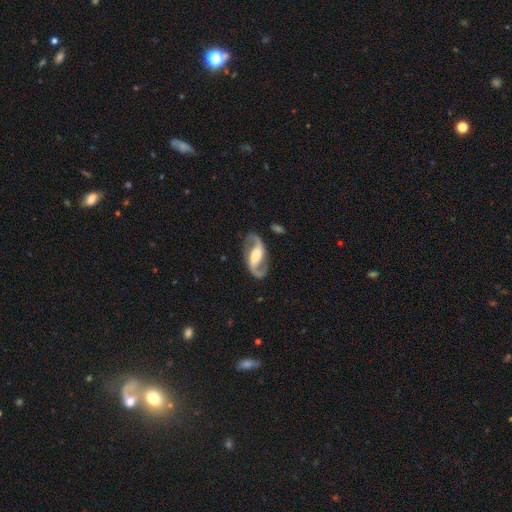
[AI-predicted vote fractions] Smooth or featured?
  - featured or disk: 91% *
  - smooth: 5%
  - star or artifact: 4%
Edge-on disk?
  - no: 97% *
  - yes: 3%
Bar?
  - strong: 40% *
  - weak: 37%
  - no: 23%
Spiral arms?
  - yes: 97% *
  - no: 3%
Spiral winding?
  - medium: 50% *
  - loose: 37%
  - tight: 13%
Spiral arm count?
  - 2: 94% *
  - 1: 2%
  - can't tell: 2%
  - 3: 1%
  - 4: 1%
  - more than 4: 1%
Bulge size?
  - moderate: 54% *
  - small: 22%
  - large: 18%
  - none: 4%
  - dominant: 2%
Merging?
  - none: 83% *
  - minor disturbance: 11%
  - major disturbance: 5%
  - merger: 2%